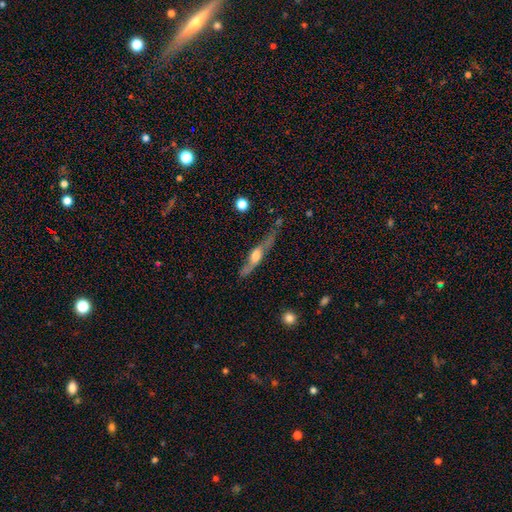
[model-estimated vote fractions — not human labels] This appears to be a featured or disk galaxy (62%) viewed edge-on (81%) with a rounded central bulge (78%). Merging: none (56%).